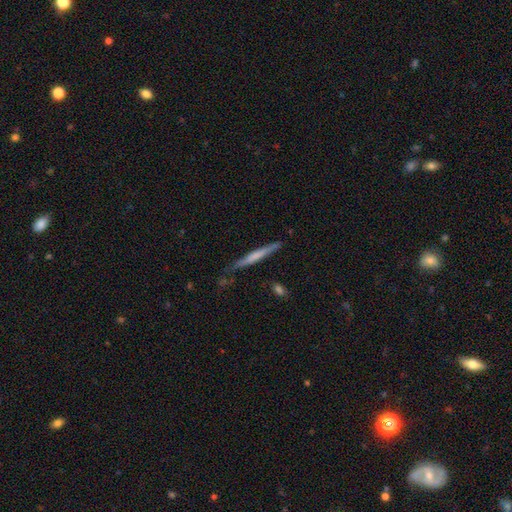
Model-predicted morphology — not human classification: This is possibly a smooth galaxy (50%). Merging: likely none (78%).